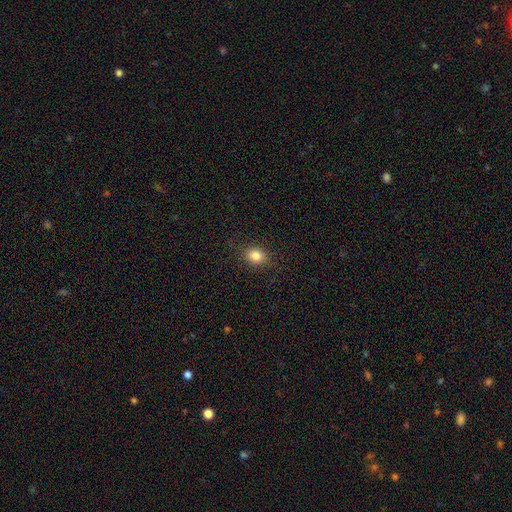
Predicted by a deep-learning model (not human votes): smooth_or_featured: smooth (p=0.84) [alt: star or artifact p=0.11]
how_rounded: round (p=0.59) [alt: in between p=0.40]
merging: none (p=0.89) [alt: minor disturbance p=0.08]